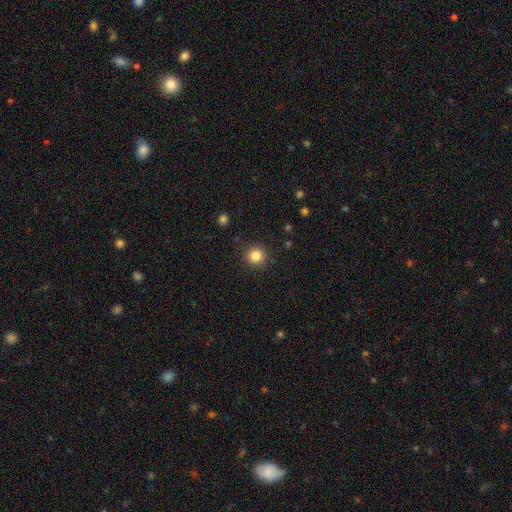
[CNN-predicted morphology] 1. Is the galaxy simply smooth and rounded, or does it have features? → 83% smooth, 11% star or artifact, 5% featured or disk.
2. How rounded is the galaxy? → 94% round, 5% in between, 1% cigar-shaped.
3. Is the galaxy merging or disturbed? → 90% none, 6% minor disturbance, 2% major disturbance, 1% merger.